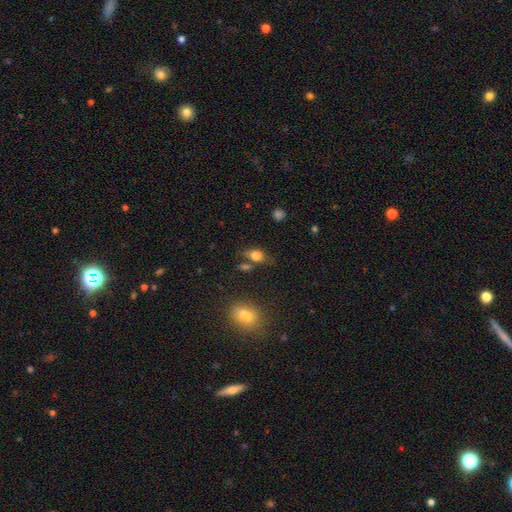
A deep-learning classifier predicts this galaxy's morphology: A smooth galaxy with no disk features (77%) that is in between round and cigar-shaped (70%). Merging: none (54%).